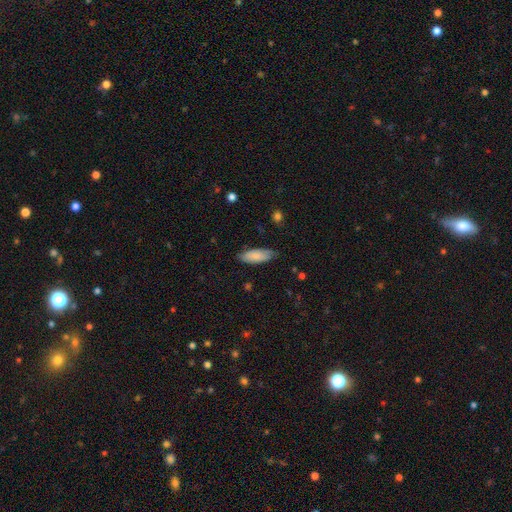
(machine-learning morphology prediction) Smooth or featured: smooth — 82% (featured or disk — 12%)
How rounded: in between — 73% (cigar-shaped — 25%)
Merging: none — 79% (minor disturbance — 17%)